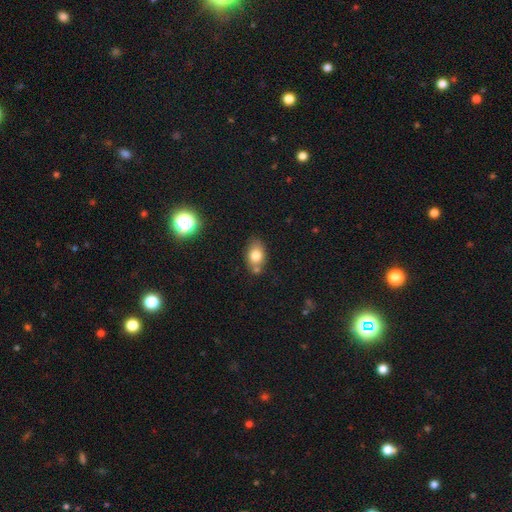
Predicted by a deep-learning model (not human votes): The model was most divided on "merging": none: 64%, minor disturbance: 17%, merger: 15%, major disturbance: 4%. More confident: how rounded — in between (80%); smooth or featured — smooth (77%).